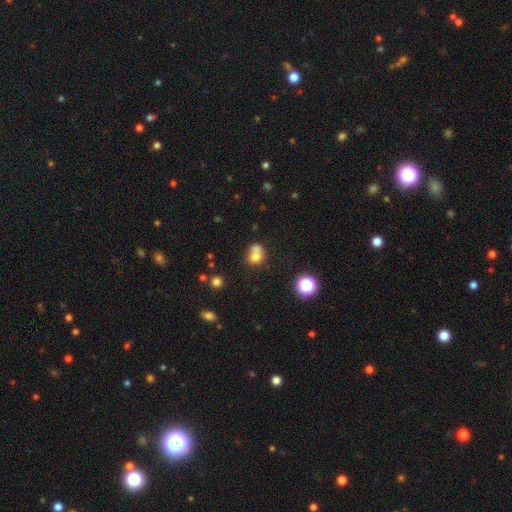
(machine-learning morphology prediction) smooth 71%, featured or disk 16%, star or artifact 13%. Down the decision tree: how rounded — round (67%); merging — merger (57%).